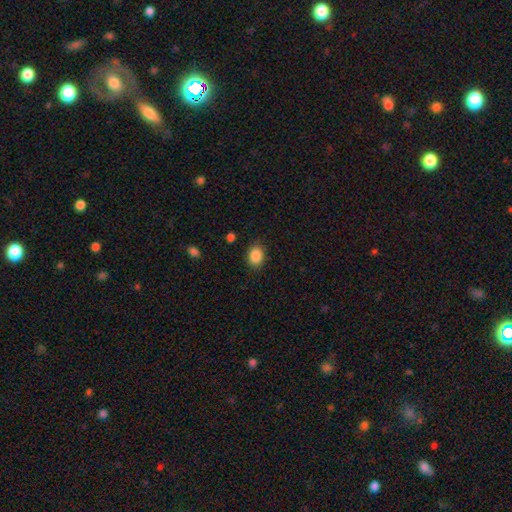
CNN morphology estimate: The model was most divided on "how rounded": in between: 61%, round: 38%, cigar-shaped: 1%. More confident: smooth or featured — smooth (88%); merging — none (85%).